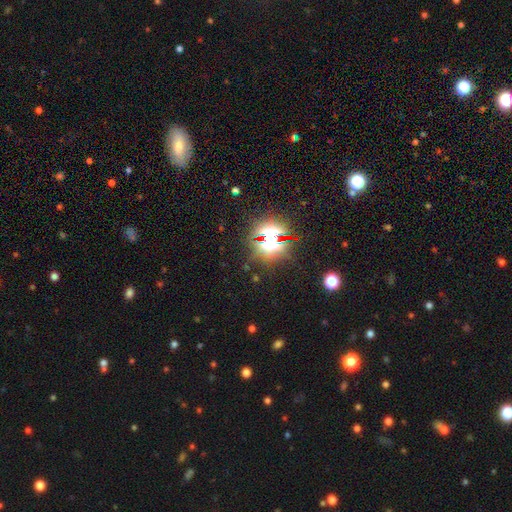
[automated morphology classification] Overall: star or artifact (80%).